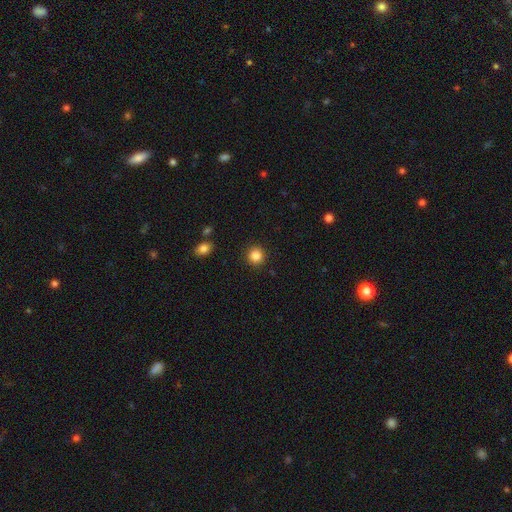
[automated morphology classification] This is clearly a smooth galaxy (85%). How rounded: clearly round (92%). Merging: clearly none (91%).